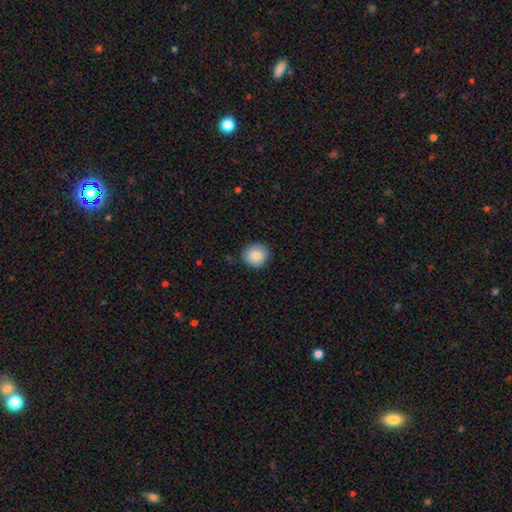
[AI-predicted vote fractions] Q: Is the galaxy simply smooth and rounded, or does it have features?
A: smooth — 86%.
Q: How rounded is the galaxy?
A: round — 81%.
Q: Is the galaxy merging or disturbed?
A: none — 85%.